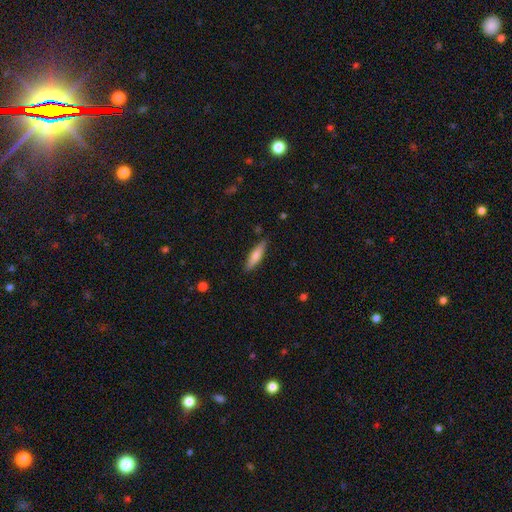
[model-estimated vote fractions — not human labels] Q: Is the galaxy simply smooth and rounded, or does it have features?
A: smooth — 64%.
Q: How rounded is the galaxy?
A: cigar-shaped — 74%.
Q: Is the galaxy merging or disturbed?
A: none — 87%.